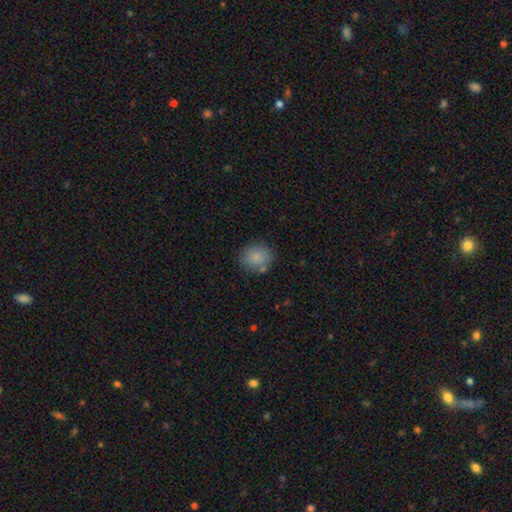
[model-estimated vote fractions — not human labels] The model was most divided on "how rounded": round: 70%, in between: 29%, cigar-shaped: 1%. More confident: smooth or featured — smooth (85%); merging — none (78%).